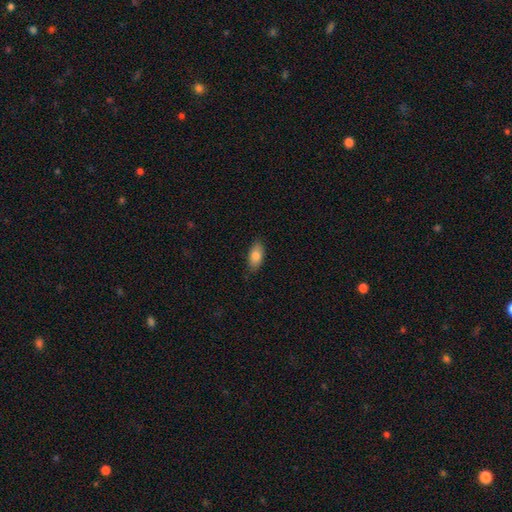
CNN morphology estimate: A smooth galaxy with no disk features (82%) that is in between round and cigar-shaped (90%).

Vote fractions:
- Smooth or featured? smooth: 82% / featured or disk: 11% / star or artifact: 7%
- How rounded? in between: 90% / cigar-shaped: 8% / round: 3%
- Merging? none: 83% / minor disturbance: 14% / major disturbance: 2% / merger: 1%